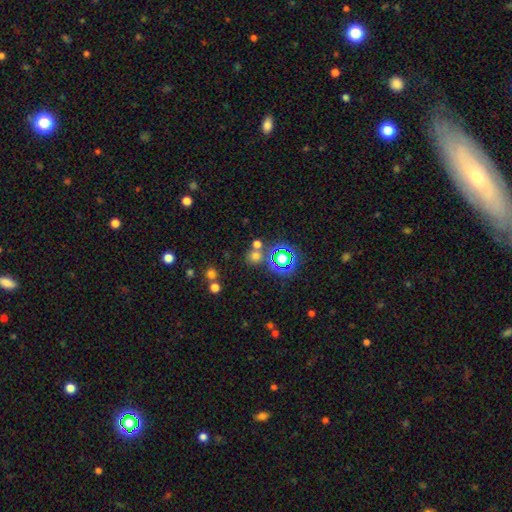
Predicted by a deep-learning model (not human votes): smooth_or_featured: smooth (p=0.59) [alt: star or artifact p=0.33]
how_rounded: round (p=0.85) [alt: in between p=0.14]
merging: none (p=0.67) [alt: merger p=0.22]